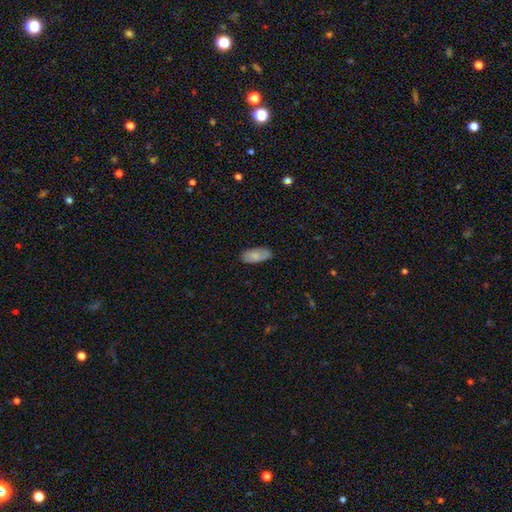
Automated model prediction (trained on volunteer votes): The model was most divided on "merging": none: 78%, minor disturbance: 17%, major disturbance: 3%, merger: 1%. More confident: how rounded — in between (90%); smooth or featured — smooth (82%).